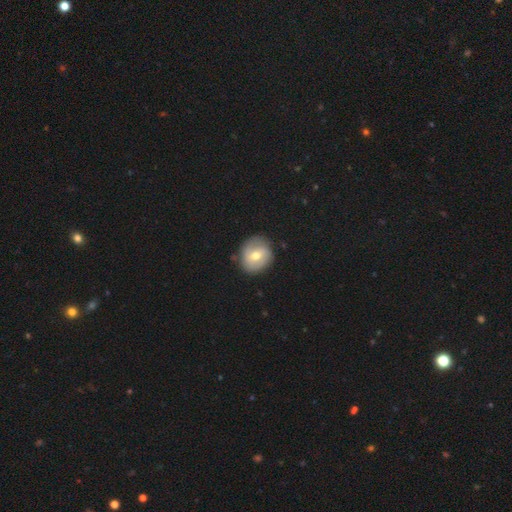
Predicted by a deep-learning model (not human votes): Smooth or featured? smooth (54%)
How rounded? round (79%)
Merging? none (78%)